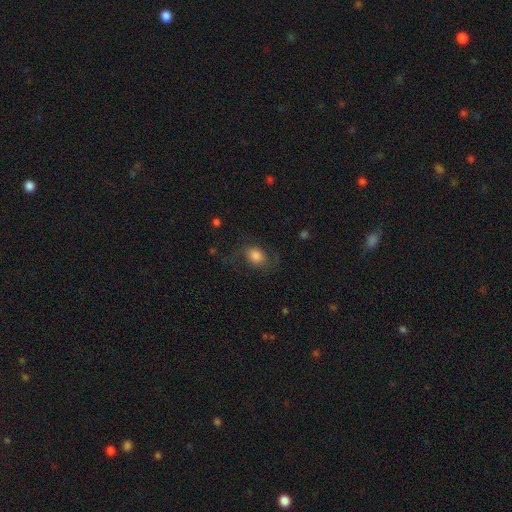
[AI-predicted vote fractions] Overall: smooth (59%; featured or disk 31%). How rounded: in between (50%; round 48%). Merging: none (57%; major disturbance 21%).